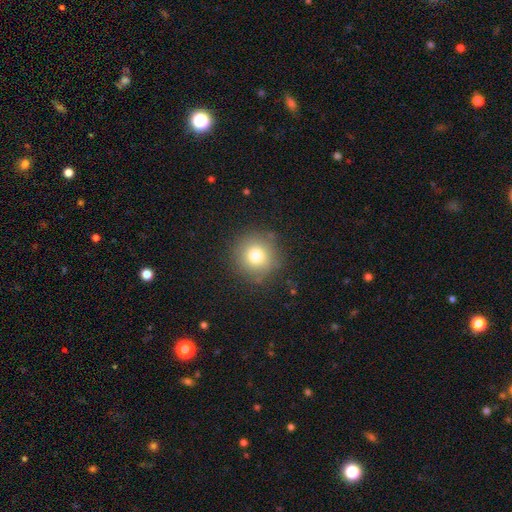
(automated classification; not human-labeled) A smooth galaxy with no disk features (77%) that is round (95%).

Vote fractions:
- Smooth or featured? smooth: 77% / star or artifact: 13% / featured or disk: 10%
- How rounded? round: 95% / in between: 4% / cigar-shaped: 1%
- Merging? none: 86% / minor disturbance: 9% / major disturbance: 4% / merger: 2%